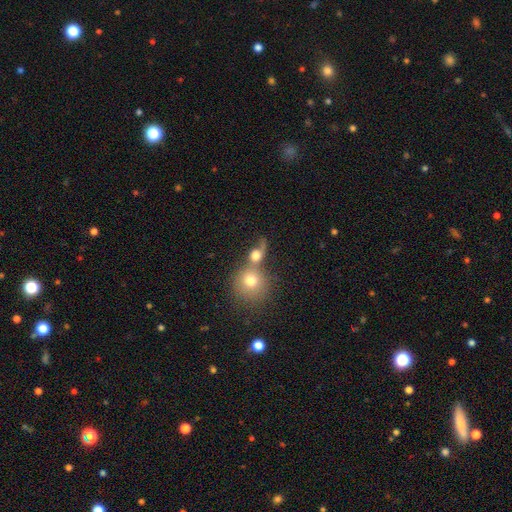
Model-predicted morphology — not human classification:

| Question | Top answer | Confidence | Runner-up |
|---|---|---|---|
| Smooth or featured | smooth | 65% | featured or disk (23%) |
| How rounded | round | 71% | in between (26%) |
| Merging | merger | 59% | none (22%) |